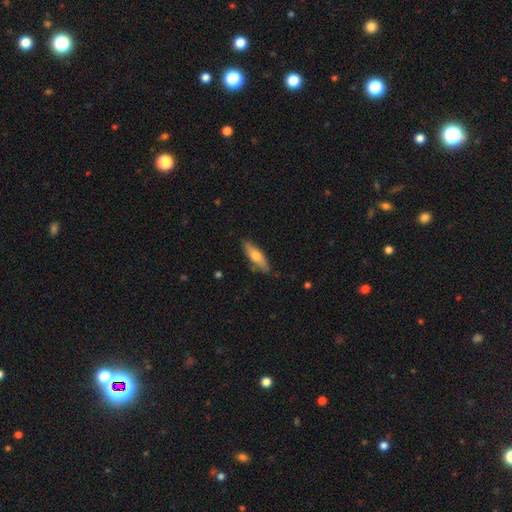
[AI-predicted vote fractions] A smooth galaxy with no disk features (66%) that is cigar-shaped (56%). Merging: none (82%).